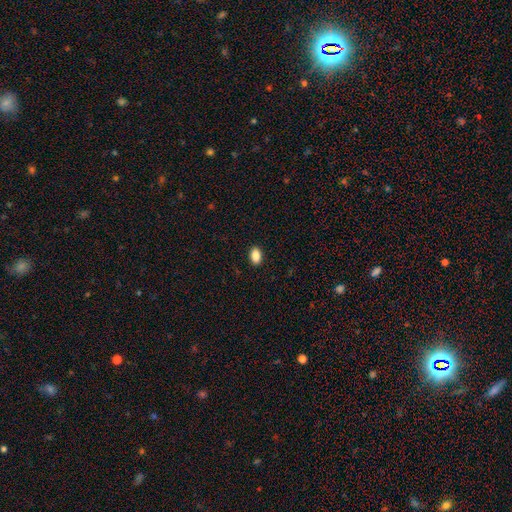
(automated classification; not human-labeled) This appears to be a smooth galaxy with no disk features (88%) that is in between round and cigar-shaped (89%). Merging: none (90%).